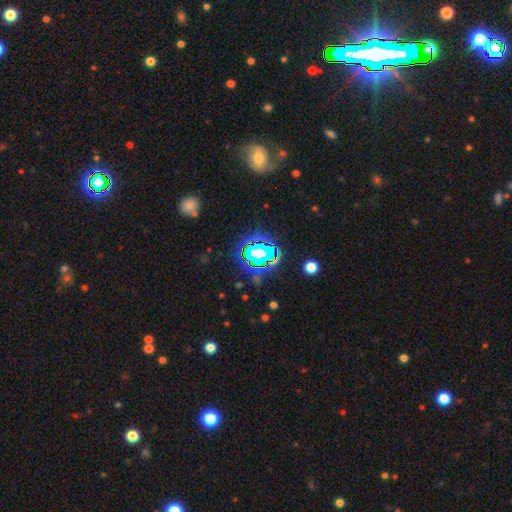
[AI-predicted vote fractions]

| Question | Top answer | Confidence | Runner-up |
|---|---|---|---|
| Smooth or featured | star or artifact | 71% | smooth (15%) |